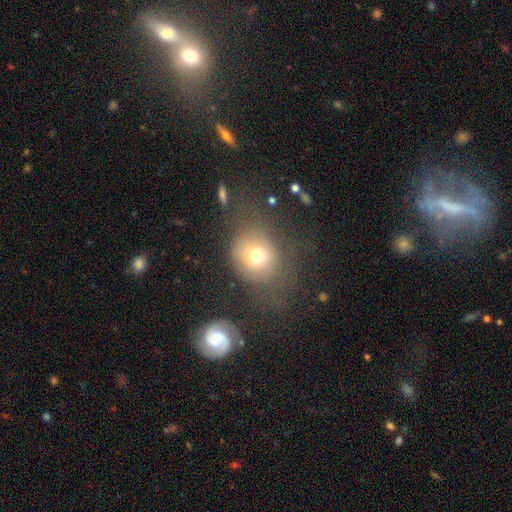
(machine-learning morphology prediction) smooth-or-featured: smooth: 71% | featured or disk: 15% | star or artifact: 14%
  how-rounded: round: 72% | in between: 27% | cigar-shaped: 1%
  merging: none: 58% | major disturbance: 20% | minor disturbance: 18% | merger: 4%